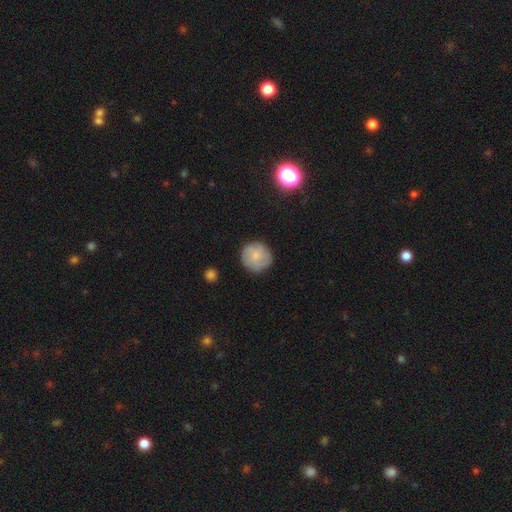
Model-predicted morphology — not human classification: The model was most divided on "smooth or featured": smooth: 61%, featured or disk: 31%, star or artifact: 8%. More confident: how rounded — round (93%); merging — none (81%).